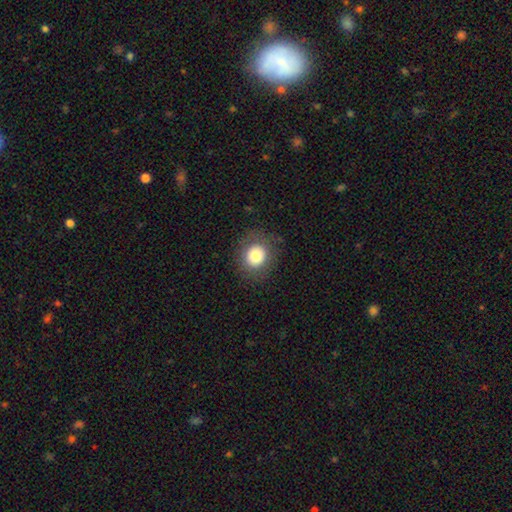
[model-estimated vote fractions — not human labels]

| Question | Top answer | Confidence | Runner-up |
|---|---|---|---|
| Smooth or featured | smooth | 79% | featured or disk (11%) |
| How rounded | round | 81% | in between (18%) |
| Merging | none | 85% | minor disturbance (9%) |